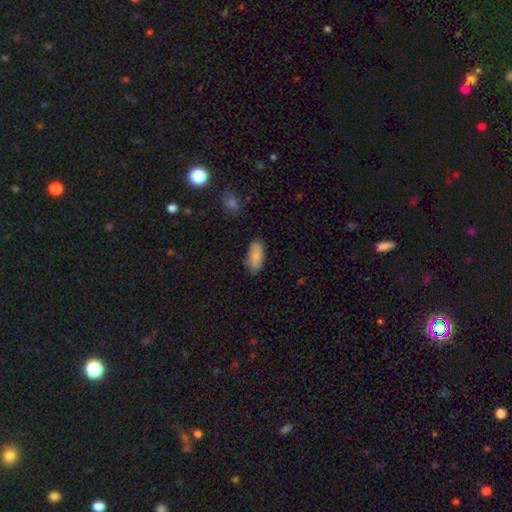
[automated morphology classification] Smooth or featured? smooth (84%)
How rounded? in between (89%)
Merging? none (81%)